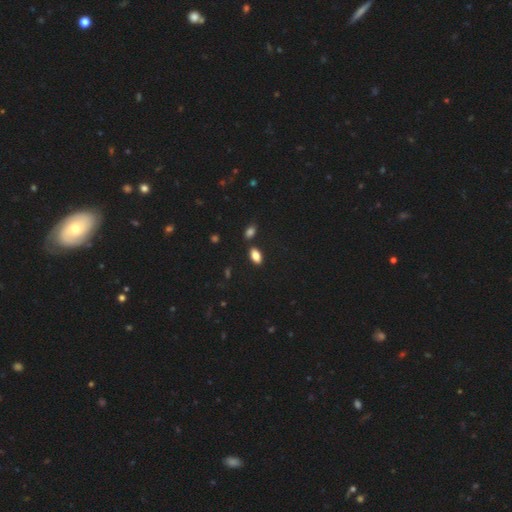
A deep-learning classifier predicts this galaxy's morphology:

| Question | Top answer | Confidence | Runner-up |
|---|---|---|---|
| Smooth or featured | smooth | 85% | star or artifact (9%) |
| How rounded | in between | 91% | round (5%) |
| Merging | none | 81% | minor disturbance (9%) |